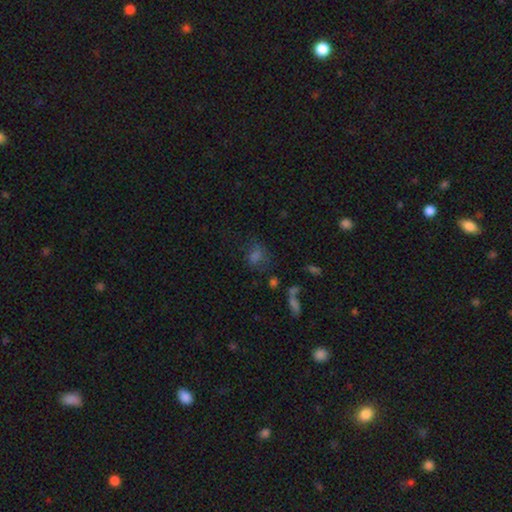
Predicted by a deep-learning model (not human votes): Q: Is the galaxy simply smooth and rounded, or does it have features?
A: smooth — 60%.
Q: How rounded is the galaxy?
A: in between — 53%.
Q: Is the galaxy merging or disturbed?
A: none — 56%.